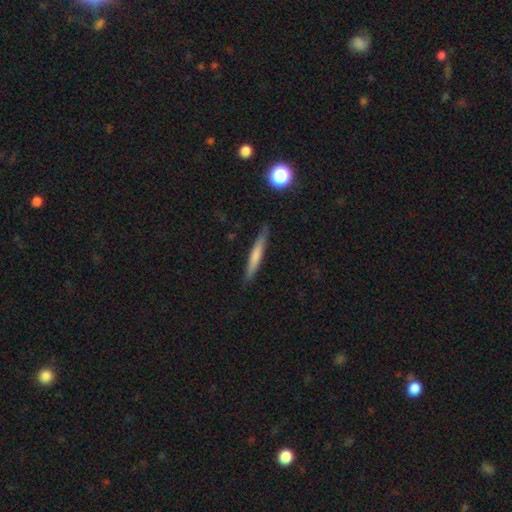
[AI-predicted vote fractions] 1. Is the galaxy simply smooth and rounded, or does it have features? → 65% smooth, 29% featured or disk, 6% star or artifact.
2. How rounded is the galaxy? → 95% cigar-shaped, 4% in between, 1% round.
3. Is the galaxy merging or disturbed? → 87% none, 10% minor disturbance, 2% major disturbance, 1% merger.